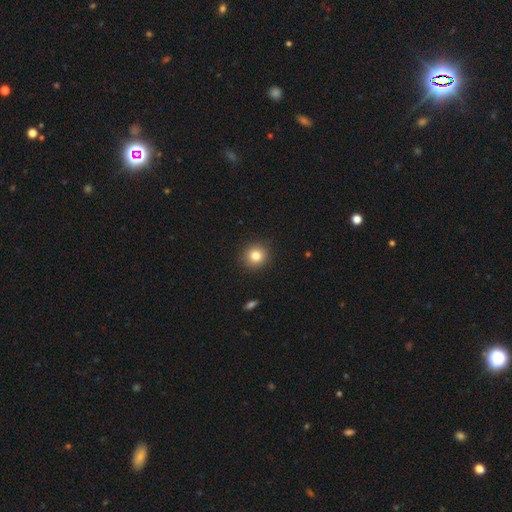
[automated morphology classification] type=smooth (82%); roundness=round (90%); merging=none (91%).